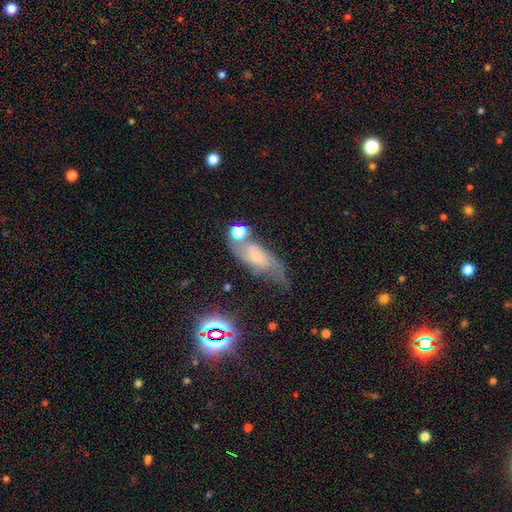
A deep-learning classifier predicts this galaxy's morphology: smooth_or_featured: featured or disk (p=0.59) [alt: smooth p=0.26]
disk_edge_on: no (p=0.84) [alt: yes p=0.16]
merging: none (p=0.45) [alt: minor disturbance p=0.25]